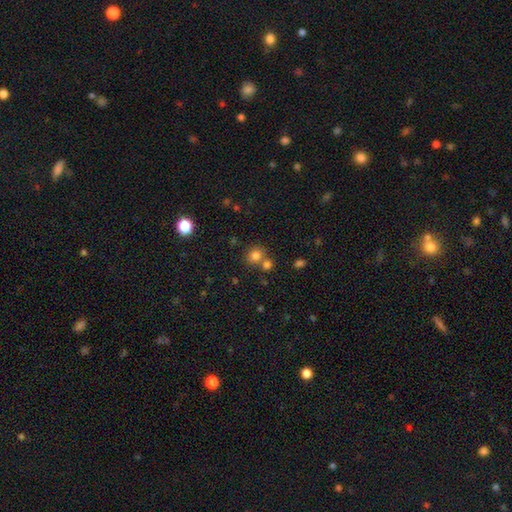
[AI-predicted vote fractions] Smooth or featured? Predicted: smooth (p=0.79). How rounded? Predicted: round (p=0.82). Merging? Predicted: none (p=0.60).